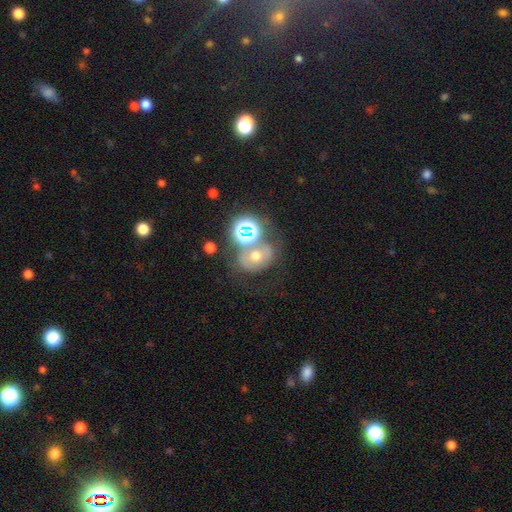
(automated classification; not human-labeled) Morphology: type=smooth (43%); merging=none (45%).